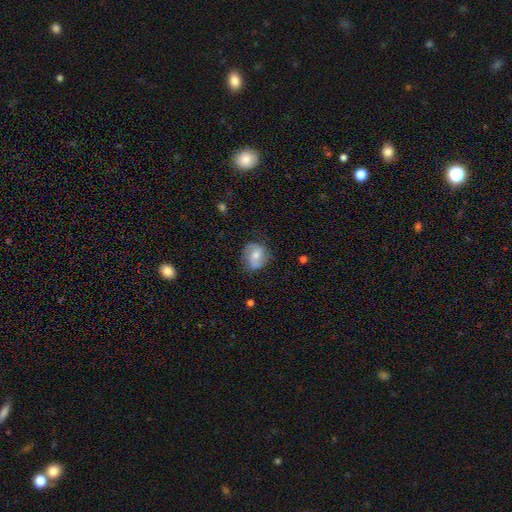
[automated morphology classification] This appears to be a featured or disk galaxy (59%) with no bar (48%), spiral arms (87%) and a moderate central bulge (62%). Merging: none (74%).